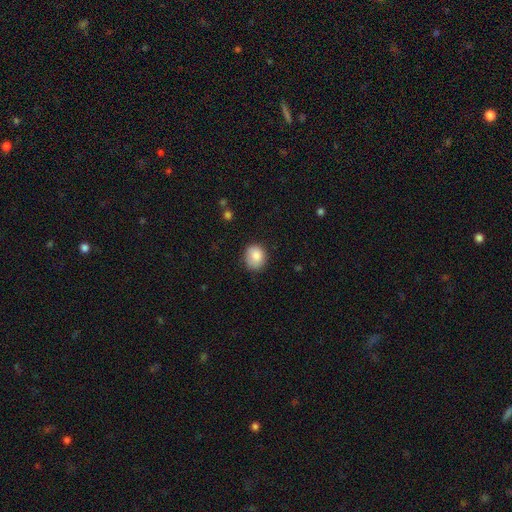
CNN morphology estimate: This appears to be a smooth galaxy with no disk features (85%) that is round (65%). Merging: none (76%).